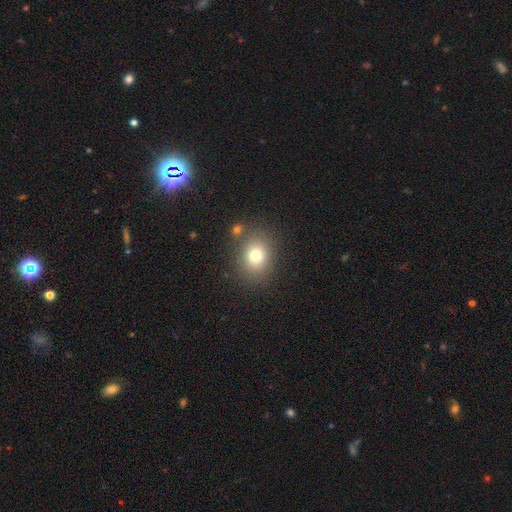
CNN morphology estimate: Smooth or featured? Predicted: smooth (p=0.75). How rounded? Predicted: round (p=0.58). Merging? Predicted: none (p=0.80).